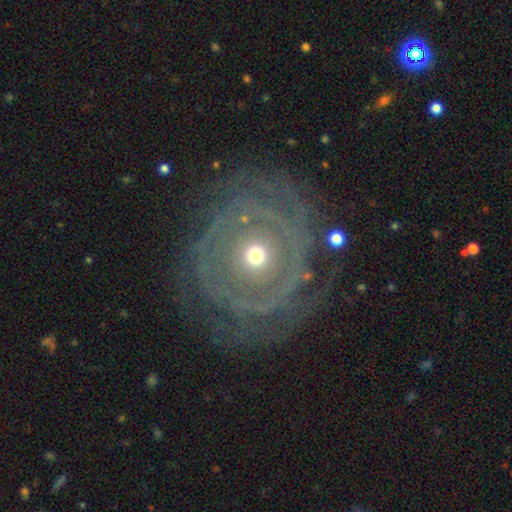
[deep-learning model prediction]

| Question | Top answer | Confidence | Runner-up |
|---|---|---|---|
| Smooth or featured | featured or disk | 78% | smooth (13%) |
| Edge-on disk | no | 97% | yes (3%) |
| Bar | no | 86% | weak (10%) |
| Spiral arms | yes | 76% | no (24%) |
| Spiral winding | tight | 73% | medium (18%) |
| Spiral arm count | can't tell | 34% | 2 (23%) |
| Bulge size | small | 55% | moderate (38%) |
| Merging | none | 72% | major disturbance (13%) |